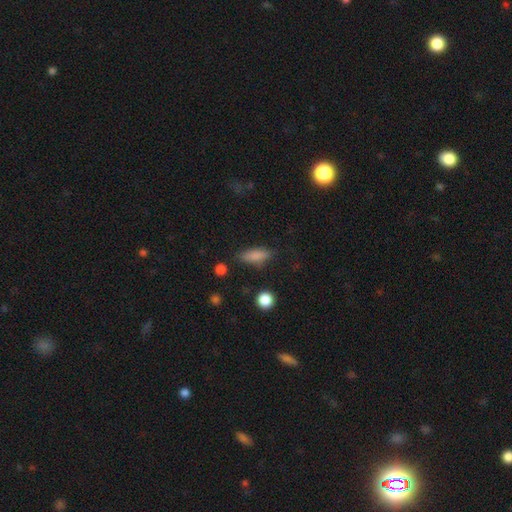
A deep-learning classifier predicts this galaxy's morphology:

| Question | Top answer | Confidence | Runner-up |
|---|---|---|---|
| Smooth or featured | smooth | 82% | featured or disk (9%) |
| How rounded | in between | 66% | cigar-shaped (30%) |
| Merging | none | 76% | minor disturbance (16%) |